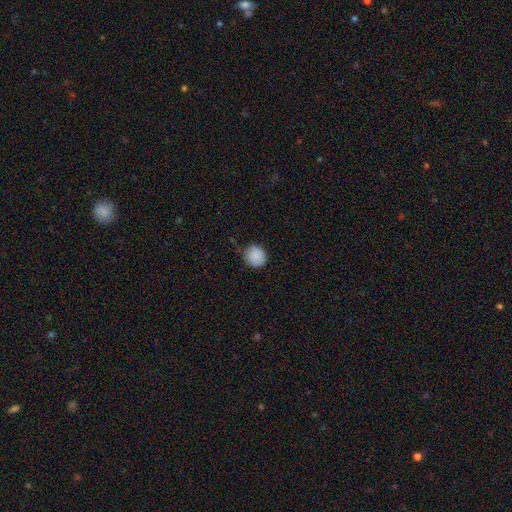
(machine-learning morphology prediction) Q: Smooth or featured?
A: smooth (87%); runner-up: star or artifact (8%)
Q: How rounded?
A: round (86%); runner-up: in between (14%)
Q: Merging?
A: none (70%); runner-up: minor disturbance (25%)